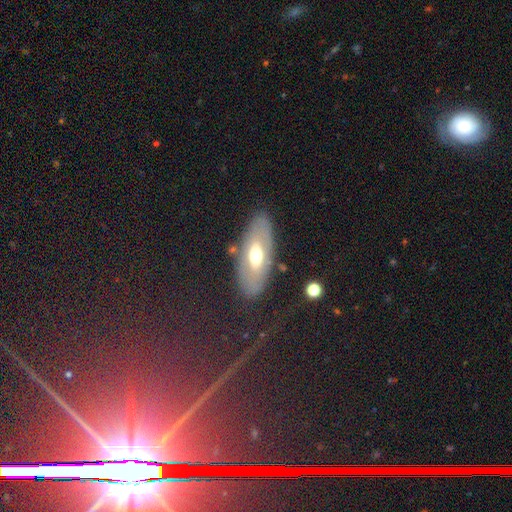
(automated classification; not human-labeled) Smooth or featured: featured or disk — 49% (smooth — 44%)
Merging: none — 80% (minor disturbance — 13%)